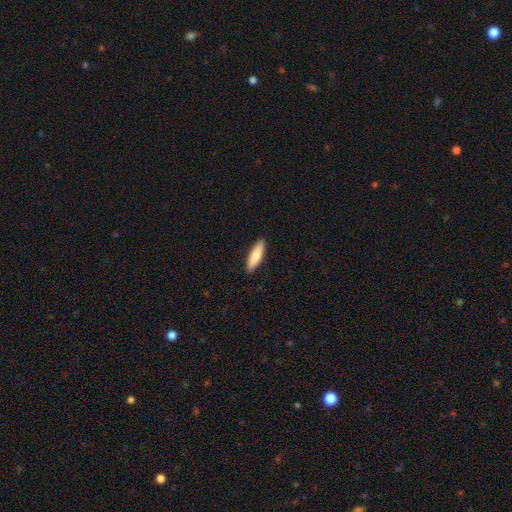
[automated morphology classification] Smooth or featured? Predicted: smooth (p=0.82). How rounded? Predicted: cigar-shaped (p=0.67). Merging? Predicted: none (p=0.90).